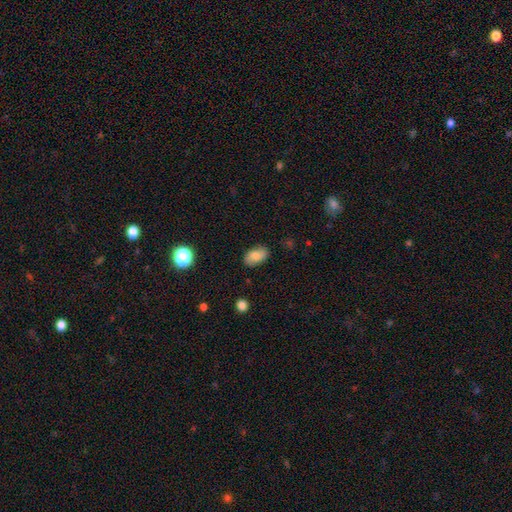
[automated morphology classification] A smooth galaxy with no disk features (79%) that is in between round and cigar-shaped (92%).

Vote fractions:
- Smooth or featured? smooth: 79% / featured or disk: 13% / star or artifact: 8%
- How rounded? in between: 92% / round: 6% / cigar-shaped: 2%
- Merging? none: 80% / minor disturbance: 15% / major disturbance: 3% / merger: 2%